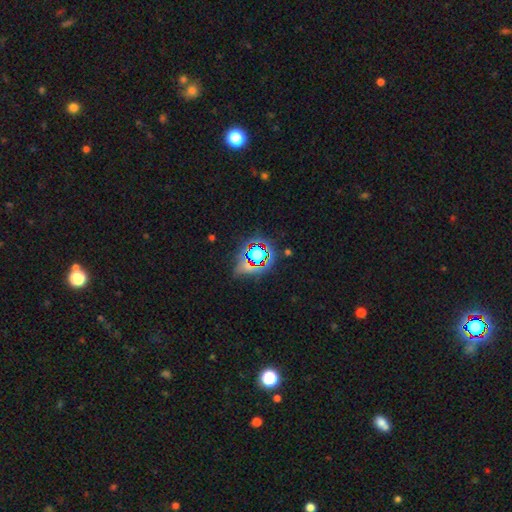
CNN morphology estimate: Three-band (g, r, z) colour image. It shows a star or artifact, not a galaxy (63%).